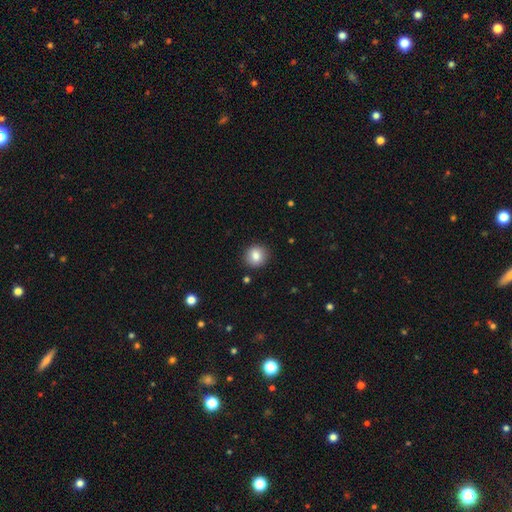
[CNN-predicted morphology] This is clearly a smooth galaxy (83%). How rounded: clearly round (88%). Merging: clearly none (90%).